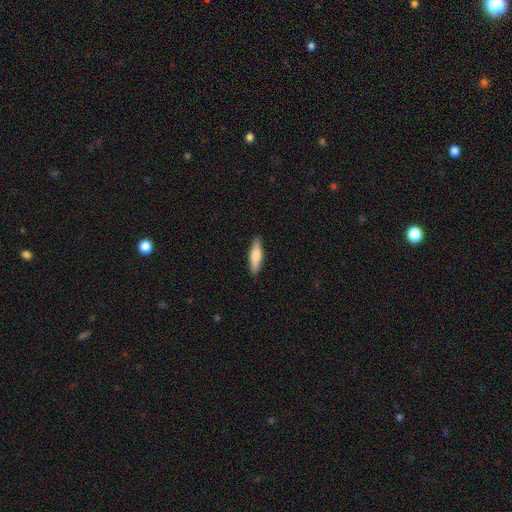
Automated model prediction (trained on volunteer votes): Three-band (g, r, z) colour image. It shows a smooth galaxy with no disk features (73%) that is cigar-shaped (61%). Merging: none (89%).